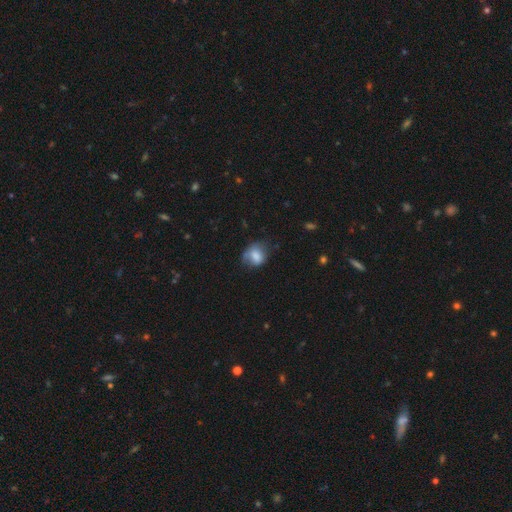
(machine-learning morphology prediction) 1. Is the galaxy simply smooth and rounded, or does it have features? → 75% smooth, 16% featured or disk, 9% star or artifact.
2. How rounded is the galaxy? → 53% round, 46% in between, 1% cigar-shaped.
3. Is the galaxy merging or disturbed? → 45% none, 34% minor disturbance, 18% major disturbance, 3% merger.